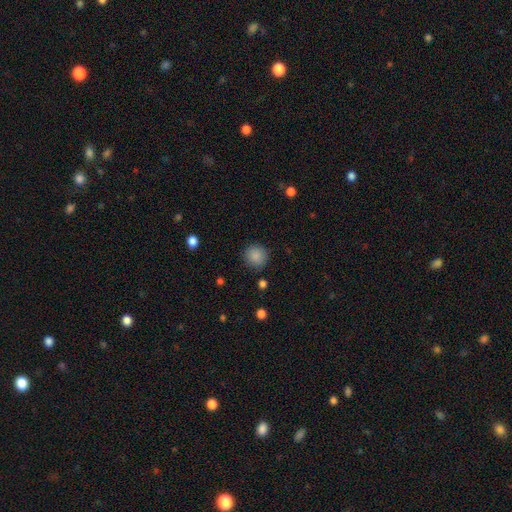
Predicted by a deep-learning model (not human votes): Smooth or featured?
  - smooth: 87% *
  - star or artifact: 9%
  - featured or disk: 4%
How rounded?
  - round: 92% *
  - in between: 7%
  - cigar-shaped: 1%
Merging?
  - none: 87% *
  - minor disturbance: 9%
  - major disturbance: 3%
  - merger: 2%